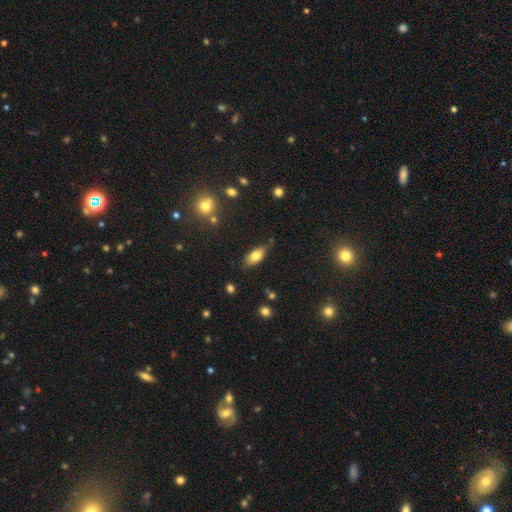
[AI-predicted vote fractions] This is likely a smooth galaxy (77%). How rounded: clearly in between (87%). Merging: likely none (74%).